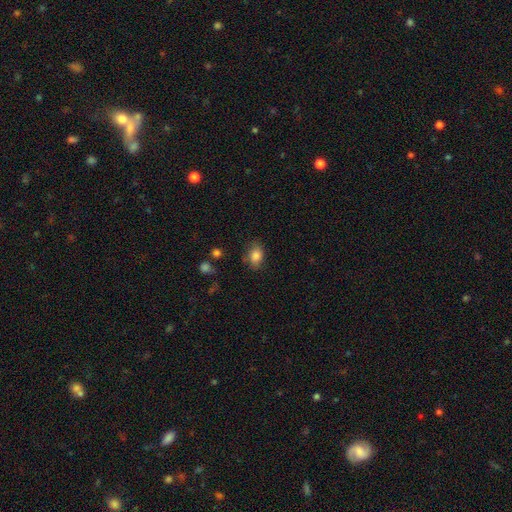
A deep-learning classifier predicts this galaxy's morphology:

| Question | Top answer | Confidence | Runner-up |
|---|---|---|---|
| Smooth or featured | smooth | 84% | star or artifact (9%) |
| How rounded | in between | 74% | round (25%) |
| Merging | none | 75% | minor disturbance (19%) |